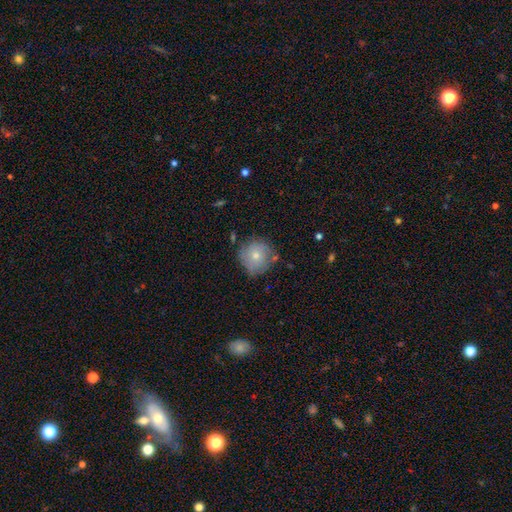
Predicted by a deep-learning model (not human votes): Overall: smooth (66%; featured or disk 26%). How rounded: round (93%). Merging: none (69%).